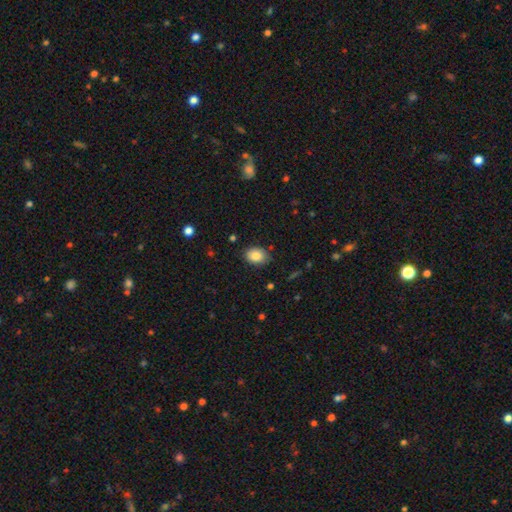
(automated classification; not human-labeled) smooth 85%, star or artifact 8%, featured or disk 7%. Down the decision tree: how rounded — in between (65%); merging — none (82%).